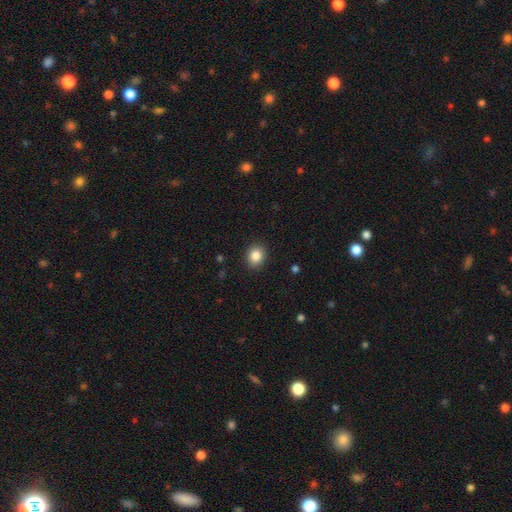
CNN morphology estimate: A smooth galaxy with no disk features (85%) that is round (68%). Merging: none (90%).